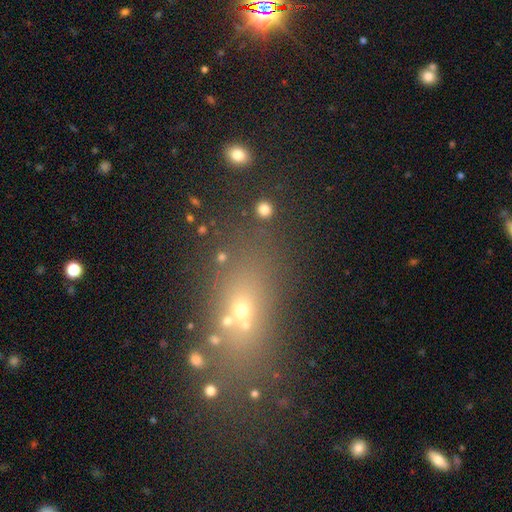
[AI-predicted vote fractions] This is possibly a smooth galaxy (45%). Merging: likely none (60%).